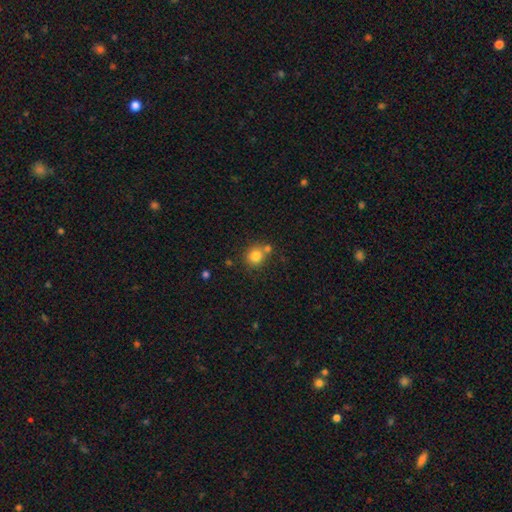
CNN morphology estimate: A smooth galaxy with no disk features (81%) that is round (85%). Merging: none (65%).